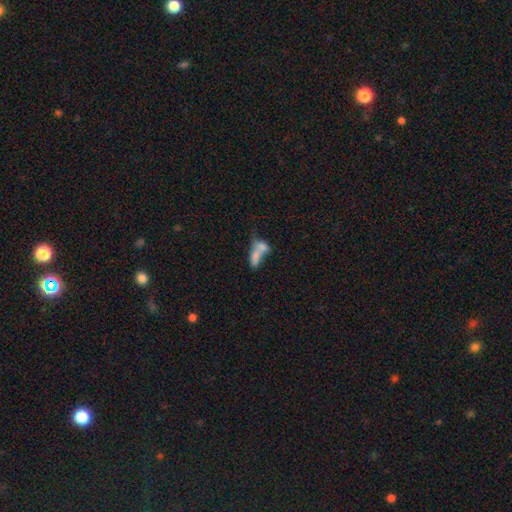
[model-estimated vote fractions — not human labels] Smooth or featured? Predicted: smooth (p=0.65). How rounded? Predicted: in between (p=0.74). Merging? Predicted: merger (p=0.68).